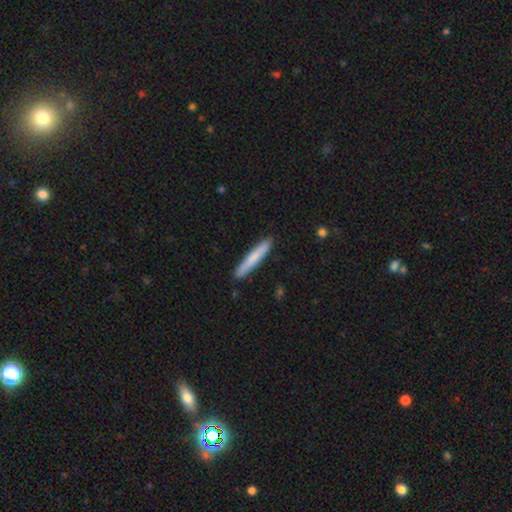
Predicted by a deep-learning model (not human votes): smooth 76%, featured or disk 19%, star or artifact 5%. Down the decision tree: how rounded — cigar-shaped (95%); merging — none (91%).